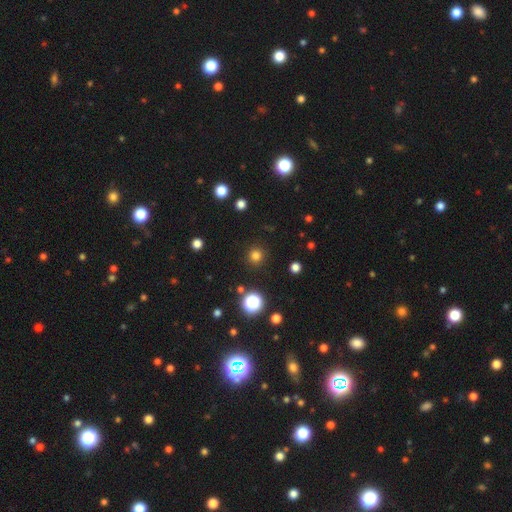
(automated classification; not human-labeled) This is likely a smooth galaxy (78%). How rounded: clearly round (95%). Merging: clearly none (91%).